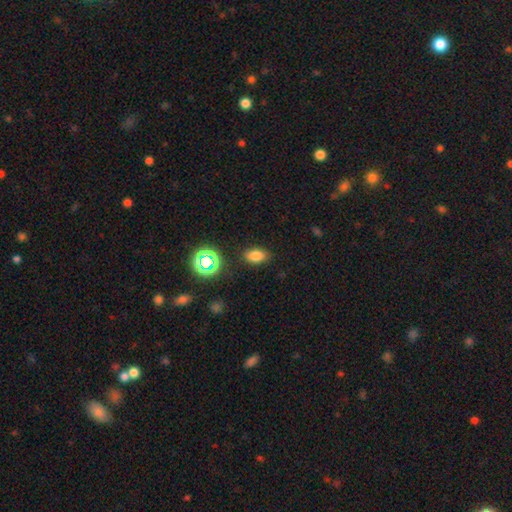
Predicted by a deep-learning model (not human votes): Smooth or featured? smooth (77%)
How rounded? in between (86%)
Merging? none (85%)